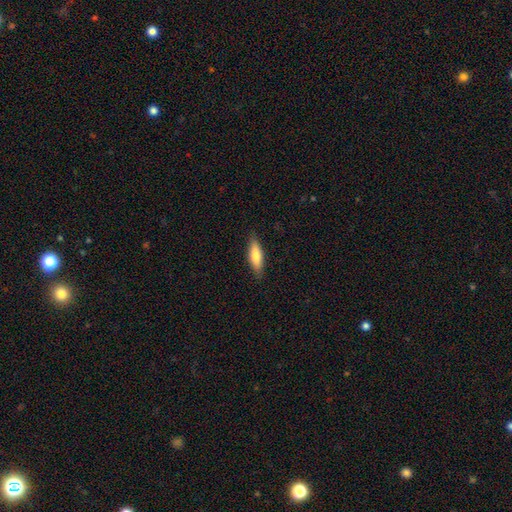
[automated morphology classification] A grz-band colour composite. It shows a smooth galaxy with no disk features (73%) that is cigar-shaped (51%). Merging: none (86%).